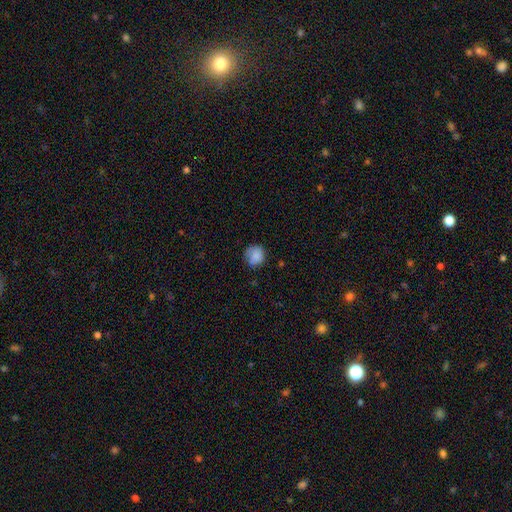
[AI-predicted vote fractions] A smooth galaxy with no disk features (85%) that is round (87%).

Vote fractions:
- Smooth or featured? smooth: 85% / star or artifact: 9% / featured or disk: 7%
- How rounded? round: 87% / in between: 12% / cigar-shaped: 1%
- Merging? none: 70% / minor disturbance: 23% / major disturbance: 6% / merger: 2%